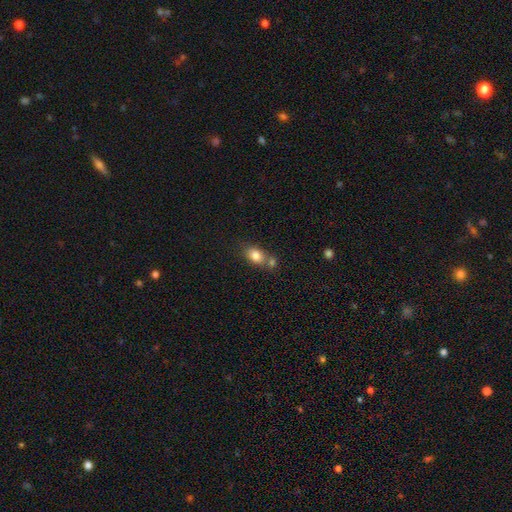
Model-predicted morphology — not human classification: Smooth or featured?
  - smooth: 81% *
  - featured or disk: 10%
  - star or artifact: 9%
How rounded?
  - in between: 75% *
  - round: 22%
  - cigar-shaped: 3%
Merging?
  - none: 45% *
  - merger: 38%
  - minor disturbance: 13%
  - major disturbance: 4%